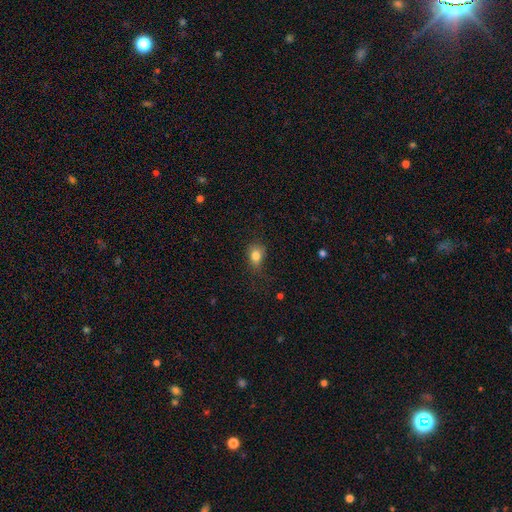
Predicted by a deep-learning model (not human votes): Q: Smooth or featured?
A: smooth (82%); runner-up: star or artifact (11%)
Q: How rounded?
A: in between (54%); runner-up: round (44%)
Q: Merging?
A: none (59%); runner-up: minor disturbance (28%)